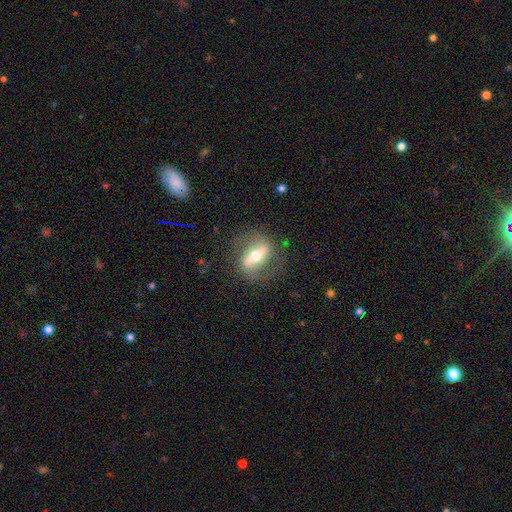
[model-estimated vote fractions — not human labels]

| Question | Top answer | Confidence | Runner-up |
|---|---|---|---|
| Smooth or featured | featured or disk | 71% | smooth (23%) |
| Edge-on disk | no | 82% | yes (18%) |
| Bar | strong | 64% | weak (23%) |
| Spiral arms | yes | 63% | no (37%) |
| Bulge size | moderate | 68% | small (20%) |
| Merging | none | 76% | minor disturbance (14%) |